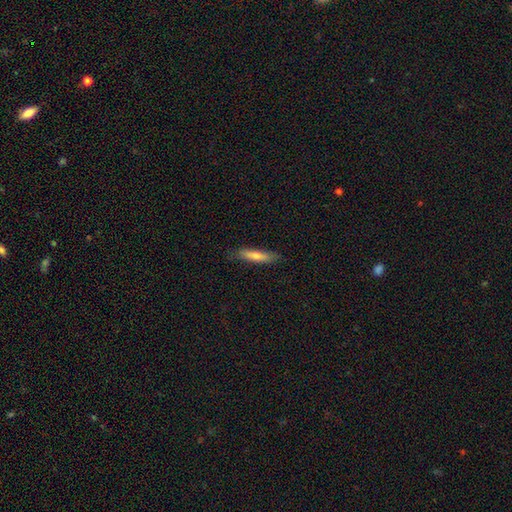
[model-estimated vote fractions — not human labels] Smooth or featured?
  - smooth: 59% *
  - featured or disk: 33%
  - star or artifact: 8%
How rounded?
  - cigar-shaped: 87% *
  - in between: 11%
  - round: 2%
Merging?
  - none: 85% *
  - minor disturbance: 12%
  - major disturbance: 2%
  - merger: 1%